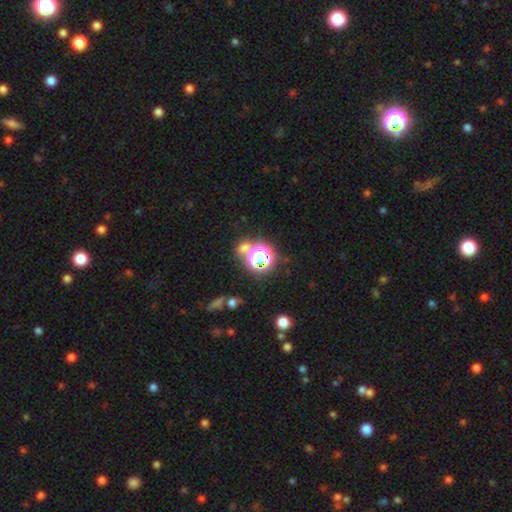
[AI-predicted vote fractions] Smooth or featured? star or artifact (53%)